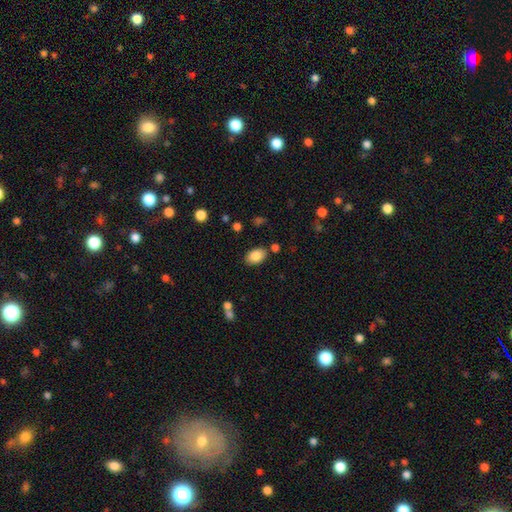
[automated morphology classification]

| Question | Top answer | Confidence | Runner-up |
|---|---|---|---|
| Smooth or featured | smooth | 86% | star or artifact (8%) |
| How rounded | in between | 88% | round (11%) |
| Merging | none | 81% | minor disturbance (11%) |